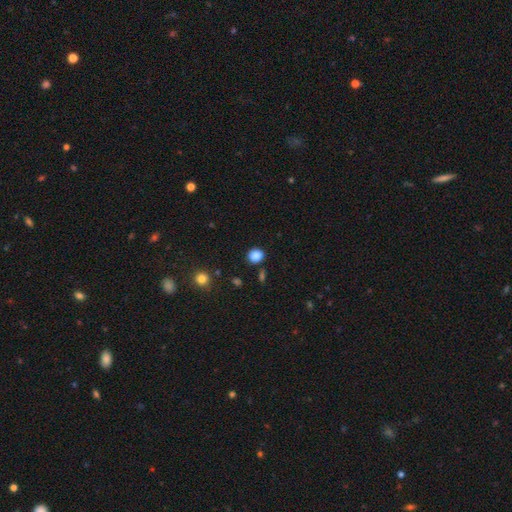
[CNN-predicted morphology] Smooth or featured: smooth — 86% (star or artifact — 11%)
How rounded: round — 73% (in between — 26%)
Merging: none — 85% (minor disturbance — 9%)